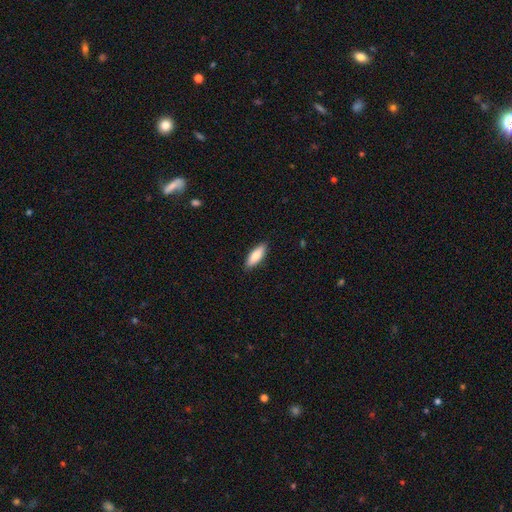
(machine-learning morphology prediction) Smooth or featured? Predicted: smooth (p=0.80). How rounded? Predicted: in between (p=0.62). Merging? Predicted: none (p=0.89).